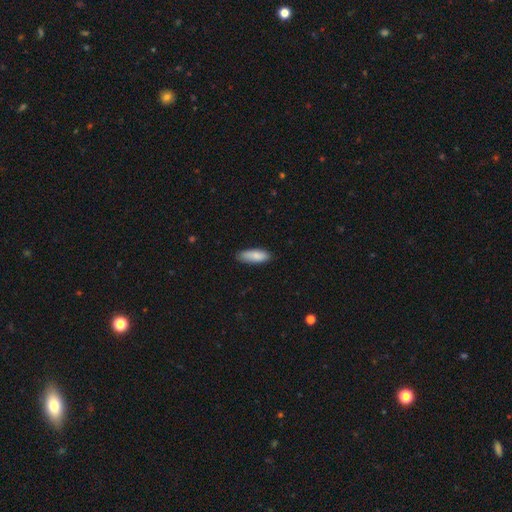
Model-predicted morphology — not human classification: type=smooth (86%); roundness=in between (63%); merging=none (80%).